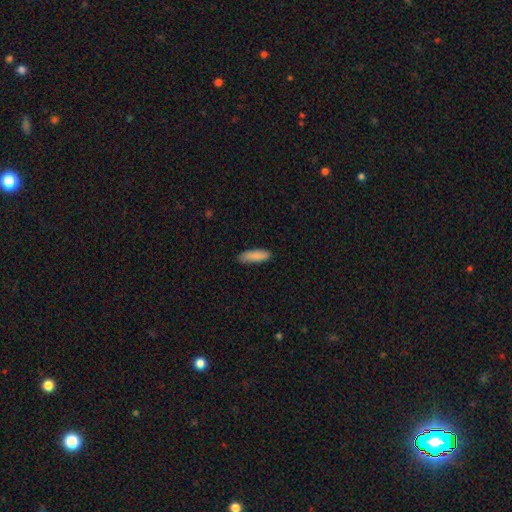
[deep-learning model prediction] smooth-or-featured: smooth: 88% | star or artifact: 6% | featured or disk: 6%
  how-rounded: cigar-shaped: 52% | in between: 46% | round: 1%
  merging: none: 84% | minor disturbance: 12% | major disturbance: 2% | merger: 1%